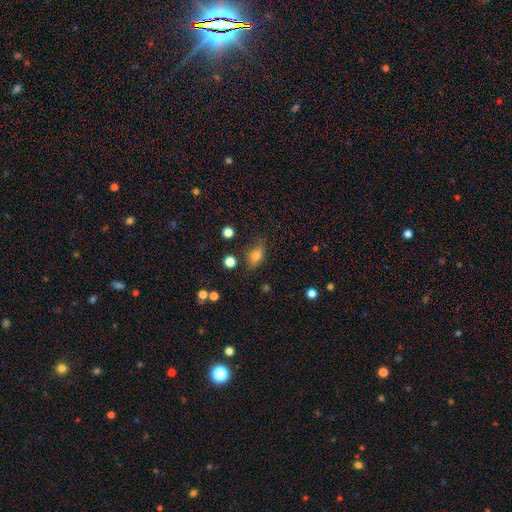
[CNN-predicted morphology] type=smooth (75%); roundness=in between (80%); merging=none (74%).